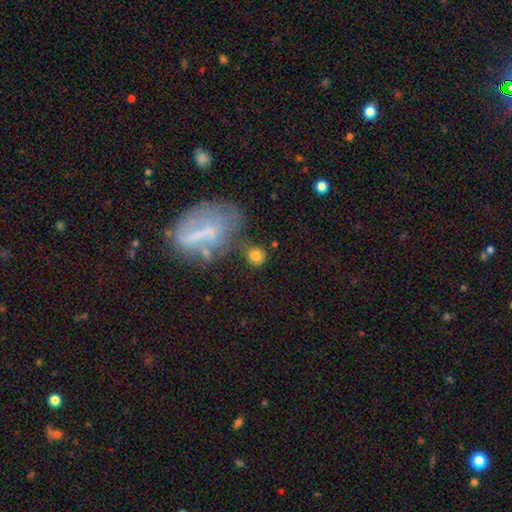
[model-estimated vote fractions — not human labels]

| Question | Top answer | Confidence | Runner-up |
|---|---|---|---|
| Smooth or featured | smooth | 77% | featured or disk (12%) |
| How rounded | round | 87% | in between (12%) |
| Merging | none | 69% | minor disturbance (12%) |